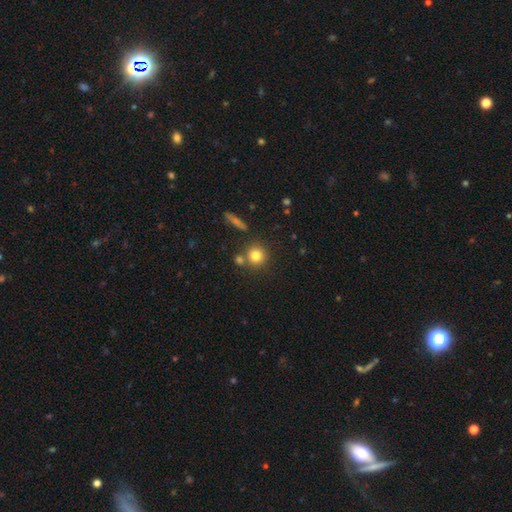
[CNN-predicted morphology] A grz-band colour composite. It shows a smooth galaxy with no disk features (79%) that is round (90%). Merging: none (73%).